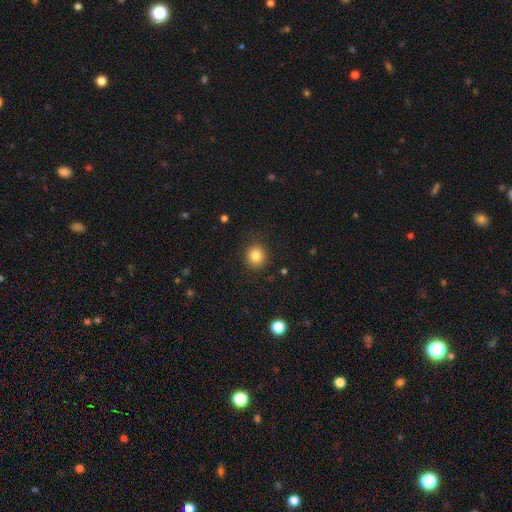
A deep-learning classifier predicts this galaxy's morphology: Smooth or featured? Predicted: smooth (p=0.83). How rounded? Predicted: round (p=0.84). Merging? Predicted: none (p=0.89).